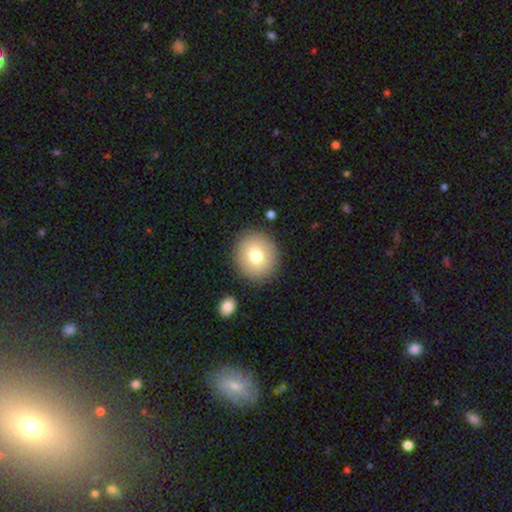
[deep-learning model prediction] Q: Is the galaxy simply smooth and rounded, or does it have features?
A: smooth — 76%.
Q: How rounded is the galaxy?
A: round — 84%.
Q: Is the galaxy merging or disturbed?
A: none — 87%.